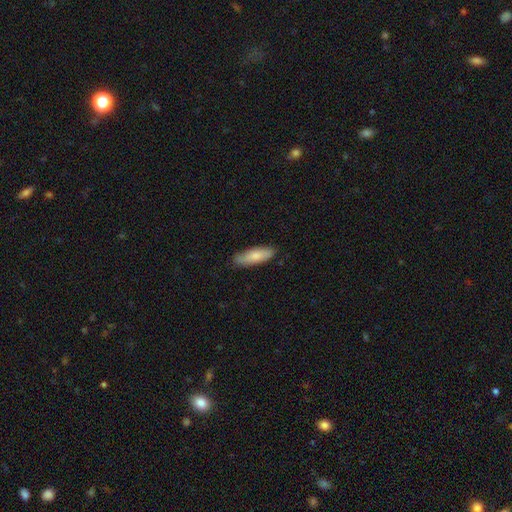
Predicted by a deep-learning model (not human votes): smooth-or-featured: smooth: 78% | featured or disk: 16% | star or artifact: 5%
  how-rounded: in between: 57% | cigar-shaped: 41% | round: 2%
  merging: none: 82% | minor disturbance: 15% | major disturbance: 2% | merger: 1%